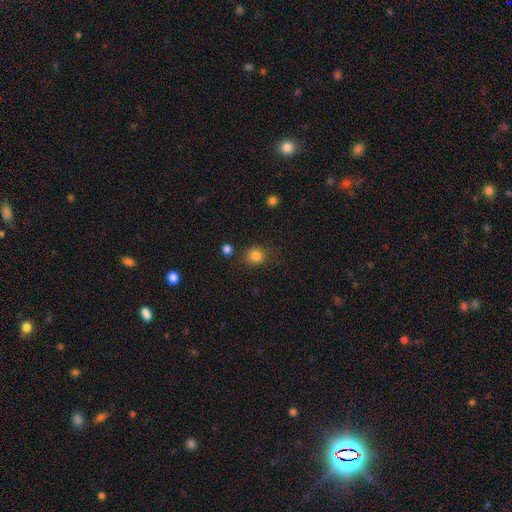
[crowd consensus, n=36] A smooth galaxy with no disk features (97%) that is round (97%).

Vote fractions:
- Smooth or featured? smooth: 97% / star or artifact: 3% / featured or disk: 0%
- How rounded? round: 97% / in between: 3% / cigar-shaped: 0%
- Merging? none: 80% / minor disturbance: 14% / major disturbance: 6% / merger: 0%